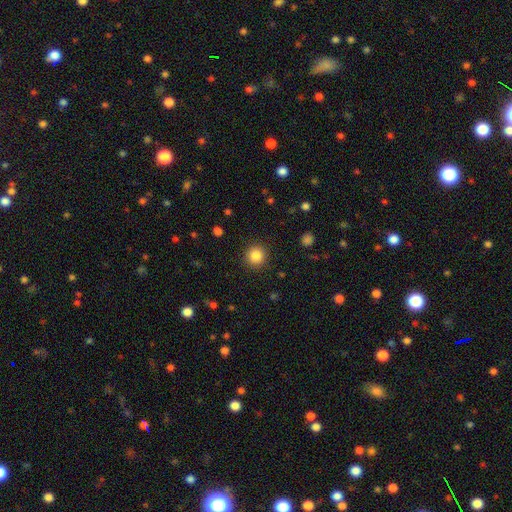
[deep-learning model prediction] A smooth galaxy with no disk features (85%) that is round (93%). Merging: none (90%).